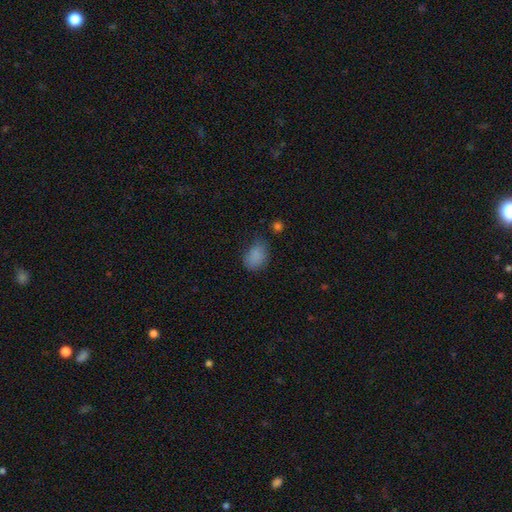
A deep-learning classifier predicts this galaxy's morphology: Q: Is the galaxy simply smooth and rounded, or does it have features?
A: smooth — 84%.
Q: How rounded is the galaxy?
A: in between — 71%.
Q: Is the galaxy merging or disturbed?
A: none — 64%.